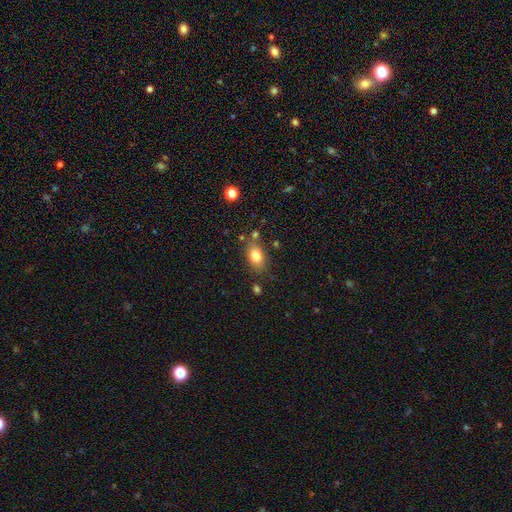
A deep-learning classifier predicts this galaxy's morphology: Overall: smooth (82%). How rounded: in between (80%). Merging: none (73%).